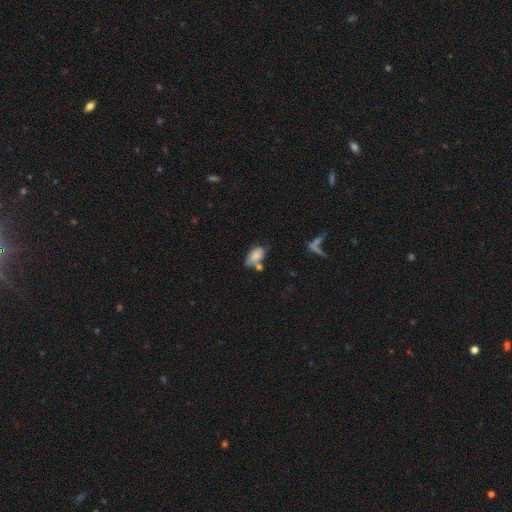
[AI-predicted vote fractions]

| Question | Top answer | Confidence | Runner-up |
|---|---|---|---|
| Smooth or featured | smooth | 75% | featured or disk (16%) |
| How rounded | in between | 91% | round (5%) |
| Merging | none | 38% | merger (26%) |